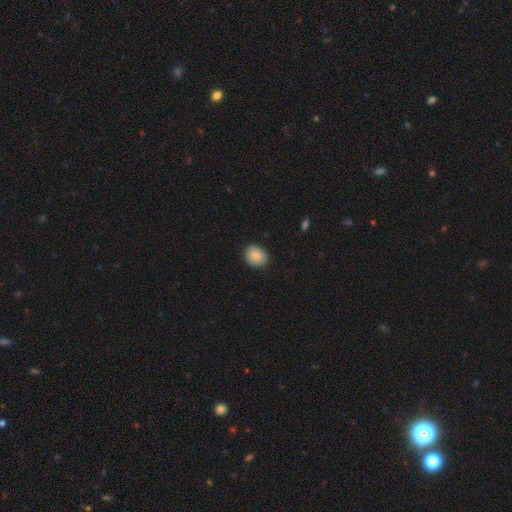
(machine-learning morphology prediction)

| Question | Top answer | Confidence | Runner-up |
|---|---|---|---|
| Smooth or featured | smooth | 85% | star or artifact (8%) |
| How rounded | round | 62% | in between (38%) |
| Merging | none | 88% | minor disturbance (9%) |